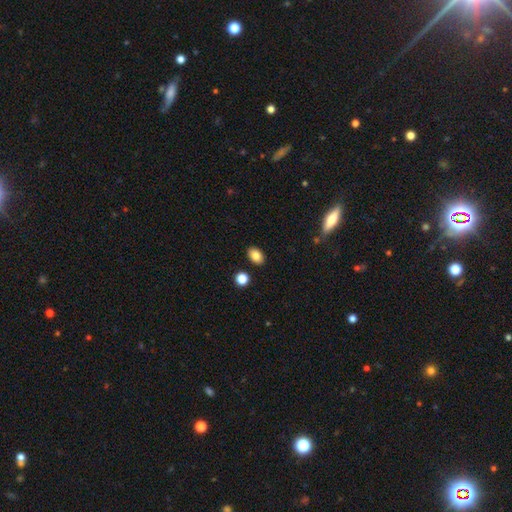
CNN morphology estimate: Smooth or featured? smooth (84%)
How rounded? in between (85%)
Merging? none (87%)